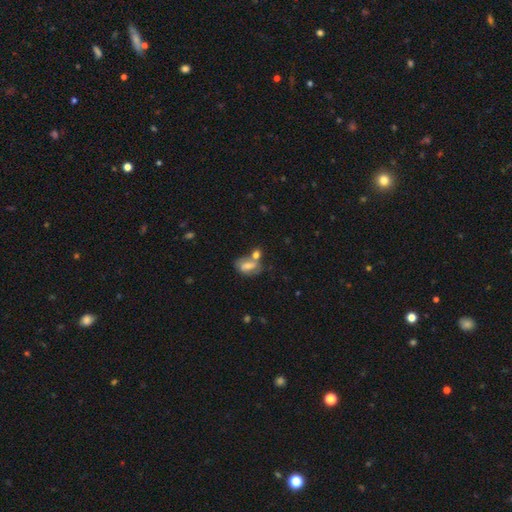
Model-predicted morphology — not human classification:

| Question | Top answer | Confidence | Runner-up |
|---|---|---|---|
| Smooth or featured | smooth | 60% | featured or disk (28%) |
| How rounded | in between | 70% | round (26%) |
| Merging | none | 39% | tied: merger (39%) |